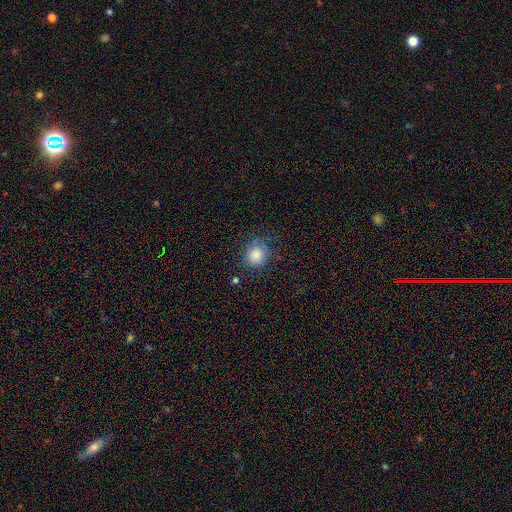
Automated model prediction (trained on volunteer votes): Smooth or featured? Predicted: smooth (p=0.86). How rounded? Predicted: round (p=0.78). Merging? Predicted: none (p=0.76).